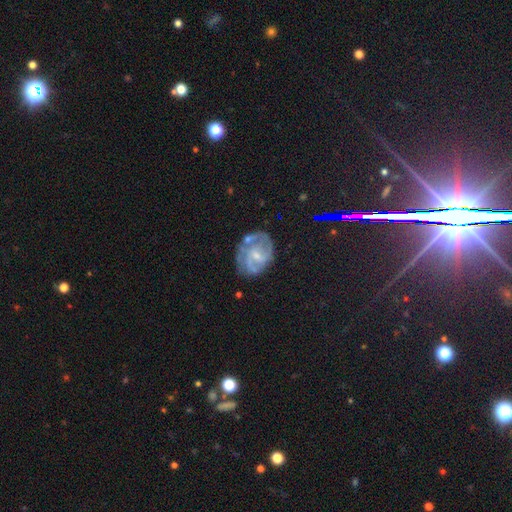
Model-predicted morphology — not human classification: This is likely a featured or disk galaxy (79%). It is clearly not viewed edge-on (98%). Bar: possibly weak (47%). Spiral arm pattern: clearly yes (89%). Spiral arm count: marginally 2 (38%). Spiral winding: marginally medium (44%). Central bulge: possibly small (60%). Merging: possibly none (59%).